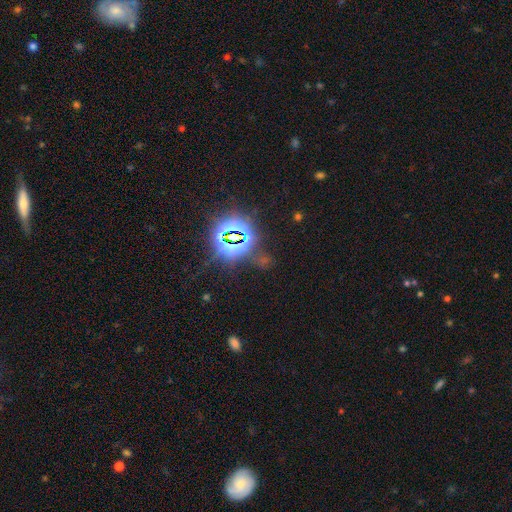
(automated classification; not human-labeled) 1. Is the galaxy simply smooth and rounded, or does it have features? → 80% star or artifact, 13% smooth, 7% featured or disk.